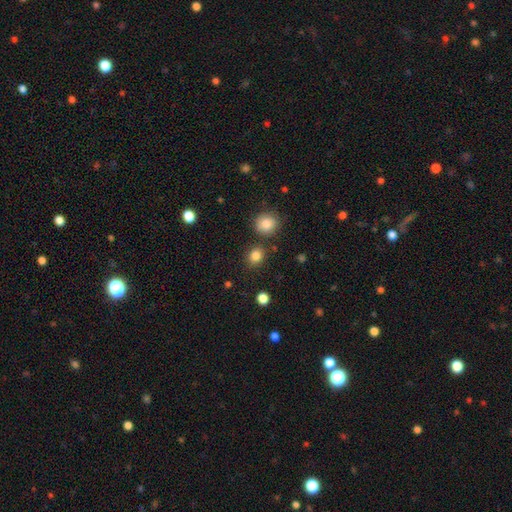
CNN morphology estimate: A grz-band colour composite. It shows a smooth galaxy with no disk features (83%) that is round (70%). Merging: none (82%).